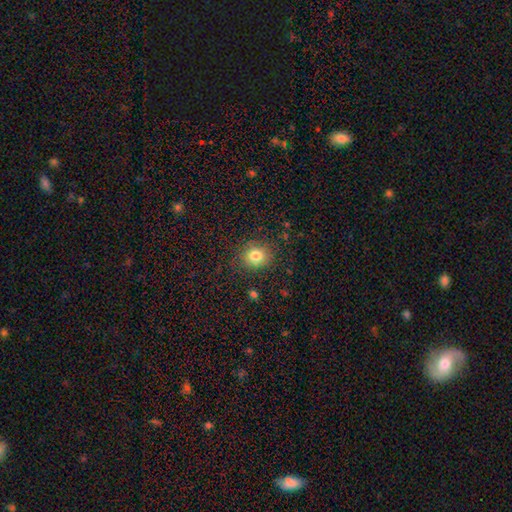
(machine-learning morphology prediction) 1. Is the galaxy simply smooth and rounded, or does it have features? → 80% smooth, 12% star or artifact, 7% featured or disk.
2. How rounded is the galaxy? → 73% round, 26% in between, 1% cigar-shaped.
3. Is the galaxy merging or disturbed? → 84% none, 11% minor disturbance, 4% major disturbance, 1% merger.